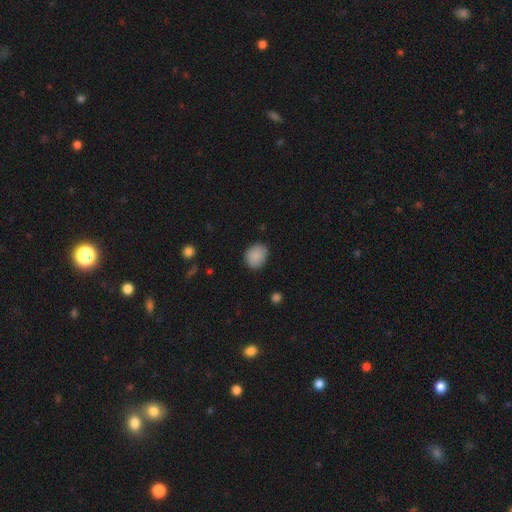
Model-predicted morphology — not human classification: smooth-or-featured: smooth: 88% | star or artifact: 8% | featured or disk: 4%
  how-rounded: round: 53% | in between: 46% | cigar-shaped: 1%
  merging: none: 84% | minor disturbance: 13% | major disturbance: 3% | merger: 1%